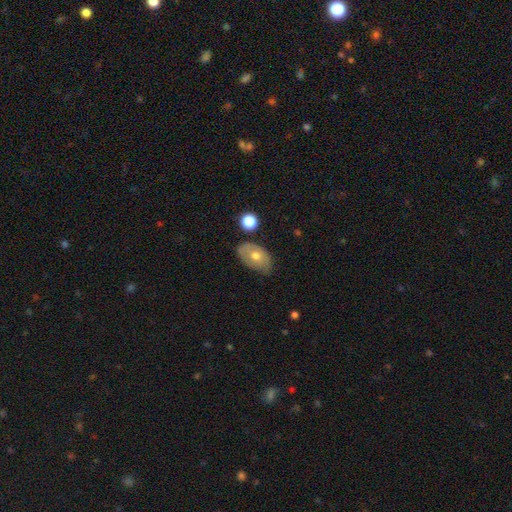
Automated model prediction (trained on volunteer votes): Q: Smooth or featured?
A: smooth (54%); runner-up: featured or disk (39%)
Q: How rounded?
A: in between (87%); runner-up: round (12%)
Q: Merging?
A: none (67%); runner-up: minor disturbance (24%)